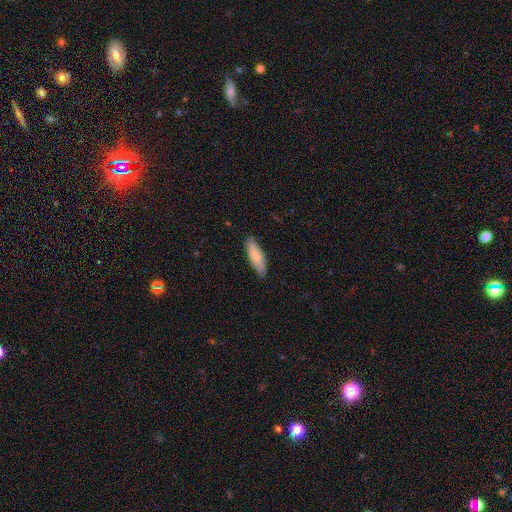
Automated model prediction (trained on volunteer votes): Overall: smooth (80%). How rounded: in between (52%; cigar-shaped 46%). Merging: none (86%).